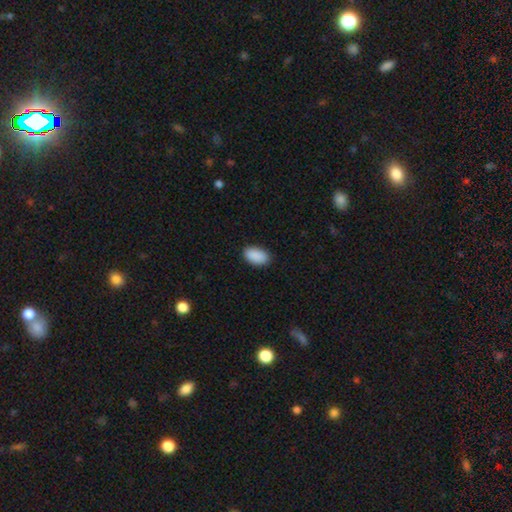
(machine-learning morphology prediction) Smooth or featured?
  - smooth: 91% *
  - star or artifact: 6%
  - featured or disk: 2%
How rounded?
  - in between: 94% *
  - round: 4%
  - cigar-shaped: 2%
Merging?
  - none: 88% *
  - minor disturbance: 9%
  - major disturbance: 2%
  - merger: 1%